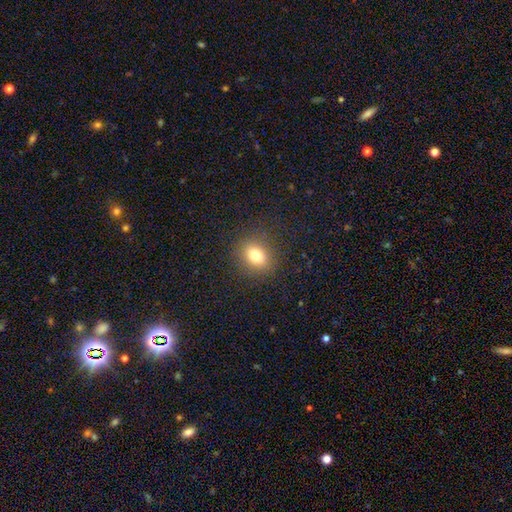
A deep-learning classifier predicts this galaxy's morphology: This appears to be a smooth galaxy with no disk features (79%) that is round (52%). Merging: none (87%).